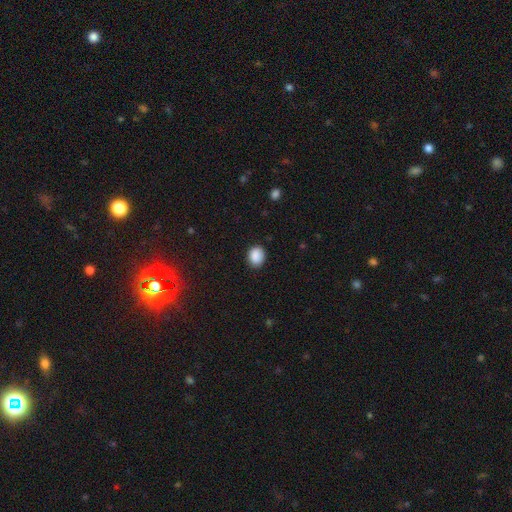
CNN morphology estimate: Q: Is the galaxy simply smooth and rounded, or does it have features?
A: smooth — 89%.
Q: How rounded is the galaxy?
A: round — 55%.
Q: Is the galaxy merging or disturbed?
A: none — 86%.